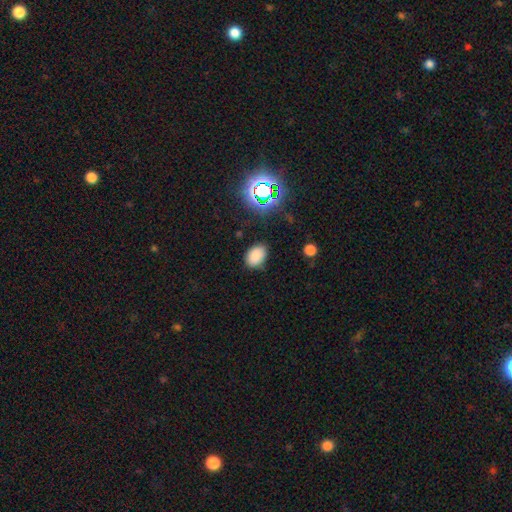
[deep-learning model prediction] Morphology: type=smooth (82%); roundness=in between (83%); merging=none (84%).